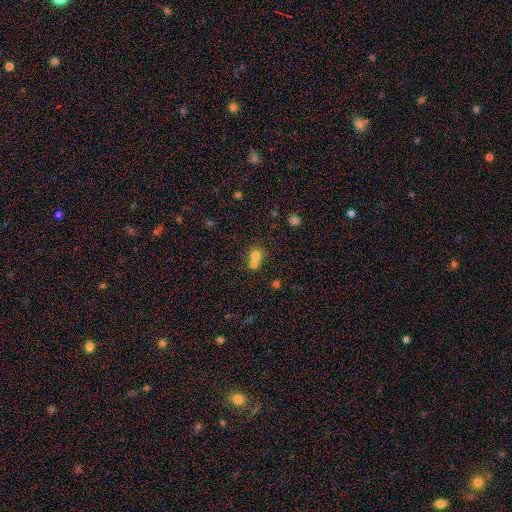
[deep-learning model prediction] smooth 70%, featured or disk 15%, star or artifact 15%. Down the decision tree: how rounded — round (78%); merging — merger (58%).